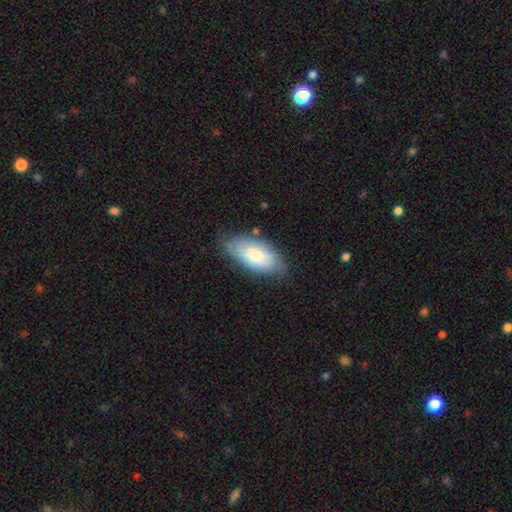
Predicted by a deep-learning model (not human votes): A smooth galaxy with no disk features (68%) that is in between round and cigar-shaped (92%). Merging: none (69%).